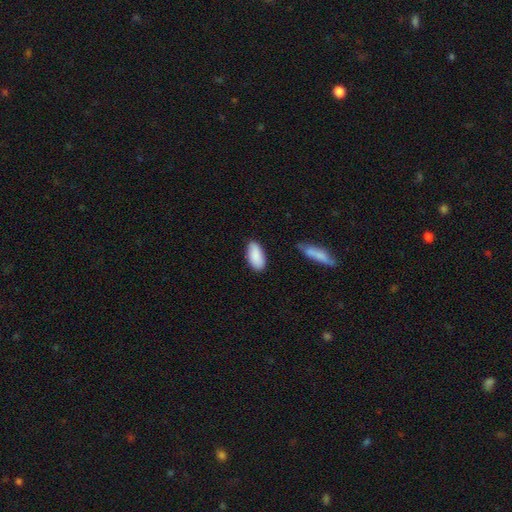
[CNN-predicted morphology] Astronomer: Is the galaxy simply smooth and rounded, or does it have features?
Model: smooth — 89%.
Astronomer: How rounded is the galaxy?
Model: in between — 91%.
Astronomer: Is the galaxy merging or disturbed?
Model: none — 81%.